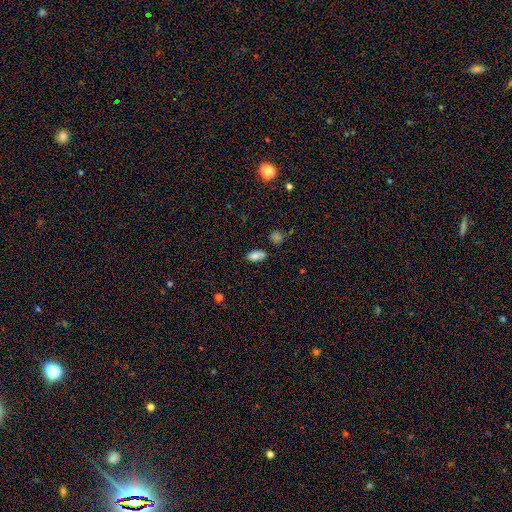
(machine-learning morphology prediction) A smooth galaxy with no disk features (80%) that is in between round and cigar-shaped (91%).

Vote fractions:
- Smooth or featured? smooth: 80% / star or artifact: 10% / featured or disk: 10%
- How rounded? in between: 91% / cigar-shaped: 4% / round: 4%
- Merging? none: 72% / minor disturbance: 19% / merger: 5% / major disturbance: 4%